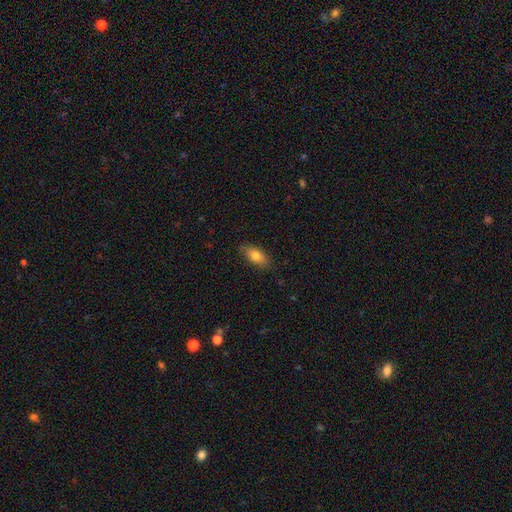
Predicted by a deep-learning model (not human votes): Smooth or featured? smooth (78%)
How rounded? in between (85%)
Merging? none (83%)